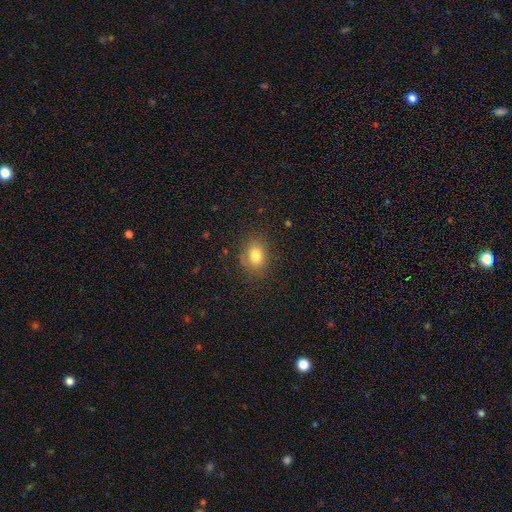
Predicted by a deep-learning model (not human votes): The model was most divided on "how rounded": in between: 57%, round: 42%, cigar-shaped: 1%. More confident: merging — none (82%); smooth or featured — smooth (79%).